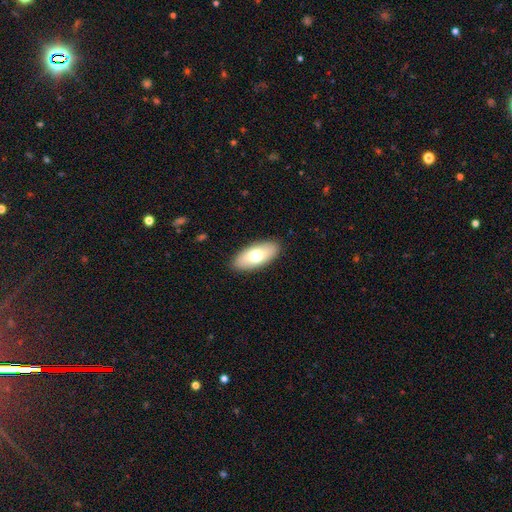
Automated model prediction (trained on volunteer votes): Smooth or featured? smooth (72%)
How rounded? in between (88%)
Merging? none (89%)